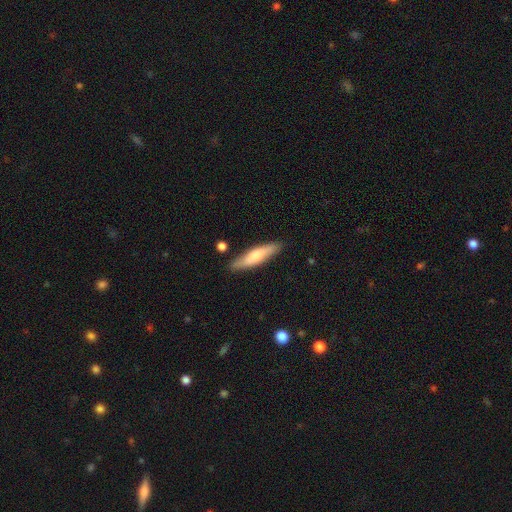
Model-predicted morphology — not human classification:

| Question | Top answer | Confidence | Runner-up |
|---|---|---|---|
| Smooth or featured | smooth | 65% | featured or disk (29%) |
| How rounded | cigar-shaped | 78% | in between (21%) |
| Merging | none | 84% | minor disturbance (12%) |